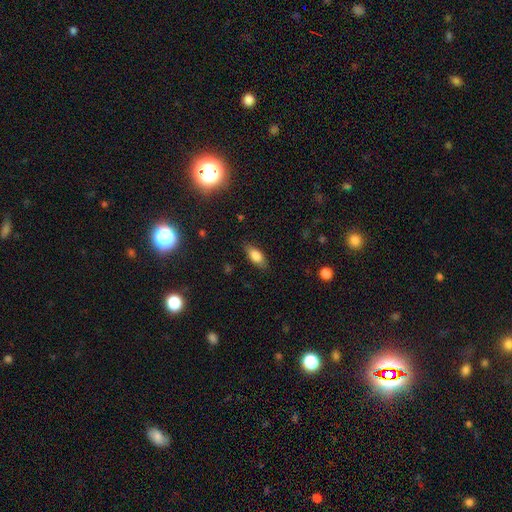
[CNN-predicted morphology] Q: Smooth or featured?
A: smooth (79%); runner-up: featured or disk (13%)
Q: How rounded?
A: in between (82%); runner-up: cigar-shaped (15%)
Q: Merging?
A: none (82%); runner-up: minor disturbance (13%)